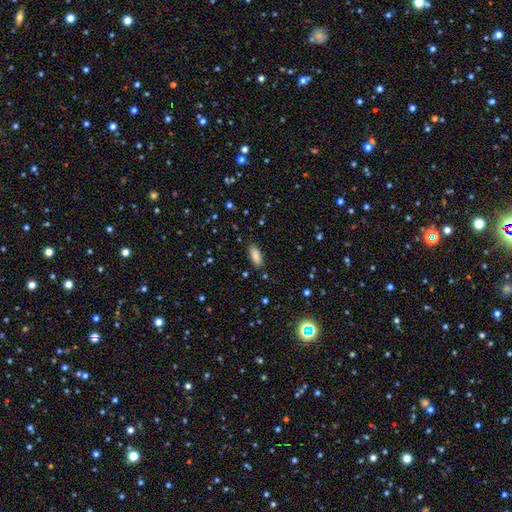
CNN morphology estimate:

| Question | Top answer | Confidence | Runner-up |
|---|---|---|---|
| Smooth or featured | smooth | 87% | star or artifact (8%) |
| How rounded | in between | 77% | cigar-shaped (21%) |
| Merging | none | 86% | minor disturbance (10%) |